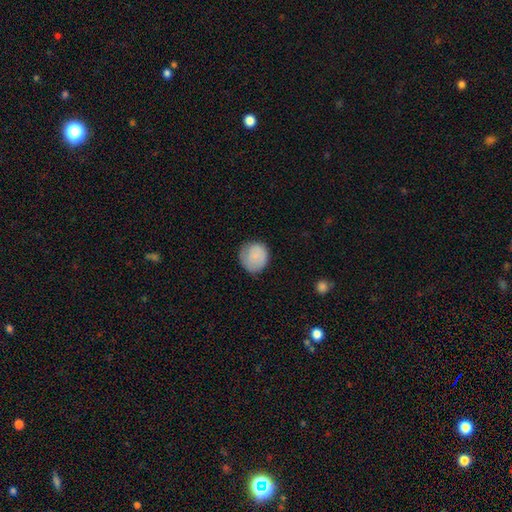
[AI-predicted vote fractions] Smooth or featured?
  - smooth: 85% *
  - featured or disk: 8%
  - star or artifact: 7%
How rounded?
  - round: 88% *
  - in between: 11%
  - cigar-shaped: 1%
Merging?
  - none: 74% *
  - minor disturbance: 20%
  - major disturbance: 5%
  - merger: 1%